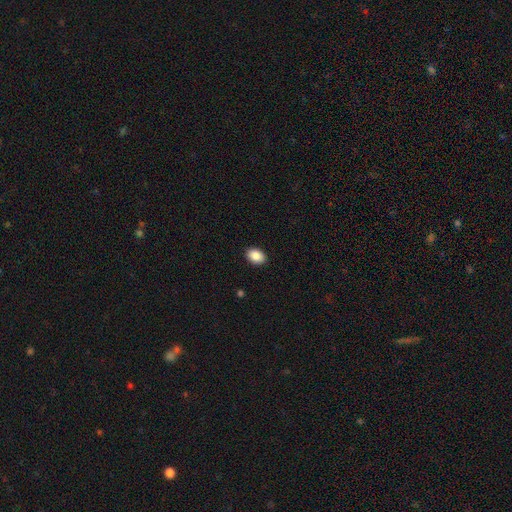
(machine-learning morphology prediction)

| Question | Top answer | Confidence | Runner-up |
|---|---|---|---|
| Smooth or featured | smooth | 89% | star or artifact (7%) |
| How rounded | in between | 80% | round (19%) |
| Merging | none | 91% | minor disturbance (7%) |